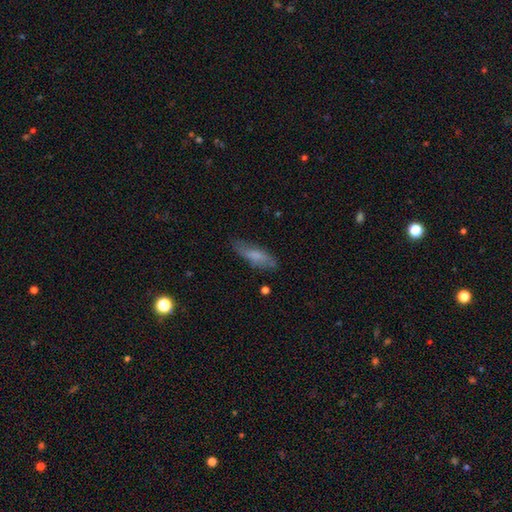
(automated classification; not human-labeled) Q: Smooth or featured?
A: smooth (66%); runner-up: featured or disk (26%)
Q: How rounded?
A: cigar-shaped (54%); runner-up: in between (44%)
Q: Merging?
A: none (72%); runner-up: minor disturbance (20%)